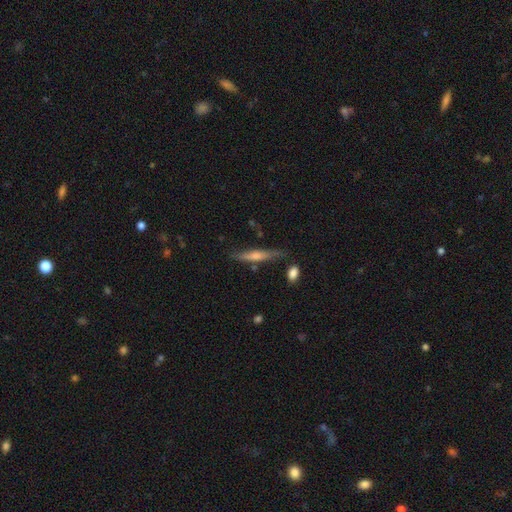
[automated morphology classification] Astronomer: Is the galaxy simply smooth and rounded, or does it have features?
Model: featured or disk — 55% (runner-up: smooth, 38%).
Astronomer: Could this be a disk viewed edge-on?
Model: yes — 94%.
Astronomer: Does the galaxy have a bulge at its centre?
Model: rounded — 68%.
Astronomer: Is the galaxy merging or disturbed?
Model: none — 79%.